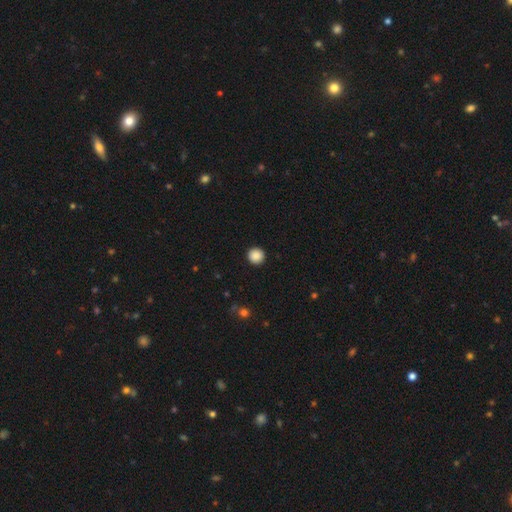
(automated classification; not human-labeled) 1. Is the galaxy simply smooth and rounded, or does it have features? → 88% smooth, 9% star or artifact, 3% featured or disk.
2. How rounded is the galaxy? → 96% round, 3% in between, 1% cigar-shaped.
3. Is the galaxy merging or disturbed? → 93% none, 4% minor disturbance, 2% major disturbance, 1% merger.